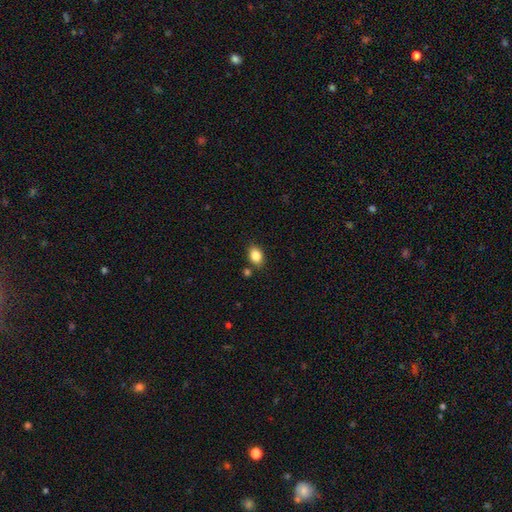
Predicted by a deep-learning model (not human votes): smooth-or-featured: smooth: 84% | star or artifact: 9% | featured or disk: 7%
  how-rounded: in between: 76% | round: 23% | cigar-shaped: 2%
  merging: none: 79% | minor disturbance: 12% | merger: 6% | major disturbance: 3%